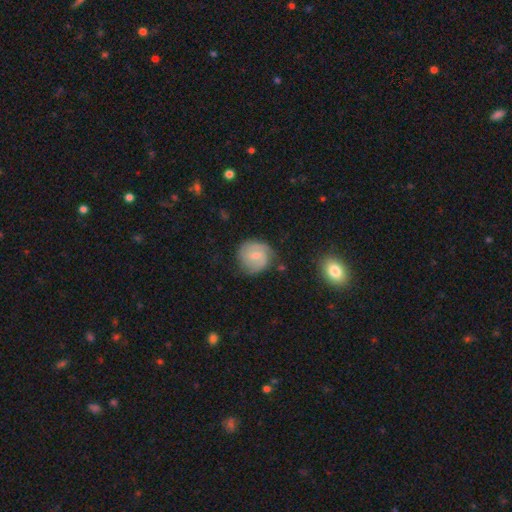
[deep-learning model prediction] Overall: featured or disk (58%; smooth 35%). Edge-on disk: no (98%). Bar: weak (56%; no 34%). Spiral arms: yes (88%). Bulge size: small (56%; moderate 35%). Merging: none (69%).